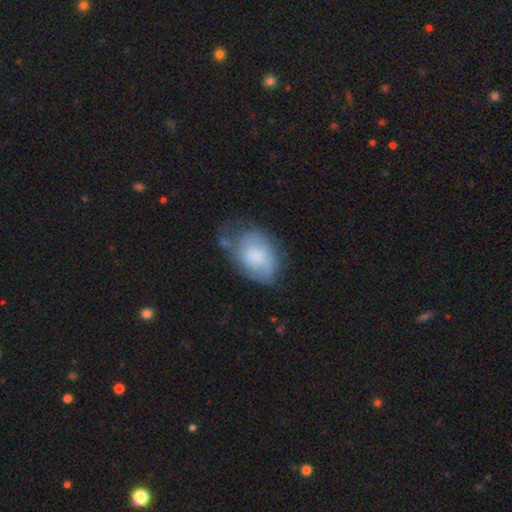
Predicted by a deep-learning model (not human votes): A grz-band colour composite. It shows a smooth galaxy with no disk features (55%) that is in between round and cigar-shaped (84%). Merging: none (41%).